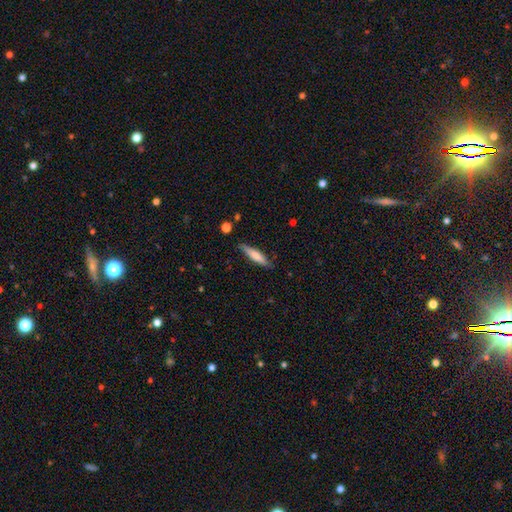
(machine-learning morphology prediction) smooth-or-featured: smooth: 65% | featured or disk: 29% | star or artifact: 6%
  how-rounded: cigar-shaped: 83% | in between: 16% | round: 1%
  merging: none: 84% | minor disturbance: 12% | major disturbance: 2% | merger: 2%